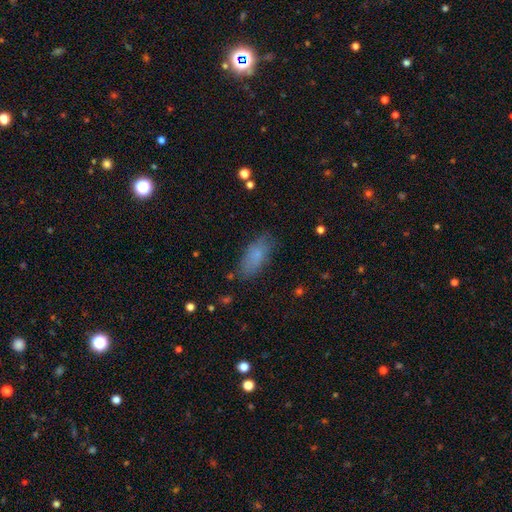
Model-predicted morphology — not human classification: smooth_or_featured: smooth (p=0.79) [alt: featured or disk p=0.13]
how_rounded: in between (p=0.85) [alt: cigar-shaped p=0.13]
merging: none (p=0.76) [alt: minor disturbance p=0.17]